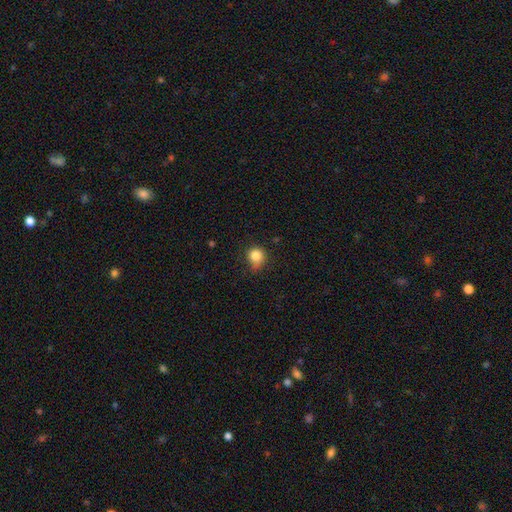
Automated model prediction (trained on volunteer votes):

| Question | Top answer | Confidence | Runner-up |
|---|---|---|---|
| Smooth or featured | smooth | 84% | star or artifact (11%) |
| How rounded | round | 84% | in between (15%) |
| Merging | none | 61% | minor disturbance (30%) |